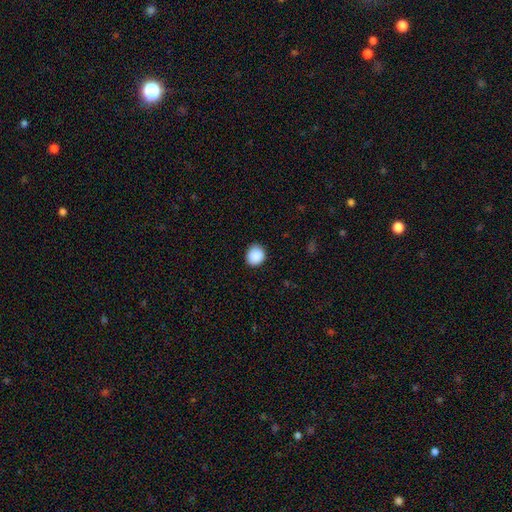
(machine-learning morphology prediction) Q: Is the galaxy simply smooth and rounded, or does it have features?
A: smooth — 90%.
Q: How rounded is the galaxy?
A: round — 78%.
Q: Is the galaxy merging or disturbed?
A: none — 87%.